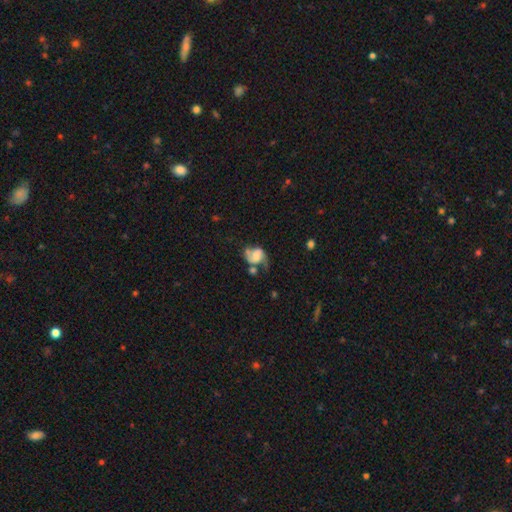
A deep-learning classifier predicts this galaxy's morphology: Smooth or featured?
  - featured or disk: 62% *
  - smooth: 29%
  - star or artifact: 9%
Edge-on disk?
  - no: 98% *
  - yes: 2%
Bar?
  - no: 59% *
  - weak: 30%
  - strong: 11%
Spiral arms?
  - yes: 83% *
  - no: 17%
Bulge size?
  - none: 46% *
  - small: 21%
  - moderate: 16%
  - large: 12%
  - dominant: 4%
Merging?
  - none: 31% *
  - major disturbance: 27%
  - minor disturbance: 22%
  - merger: 19%